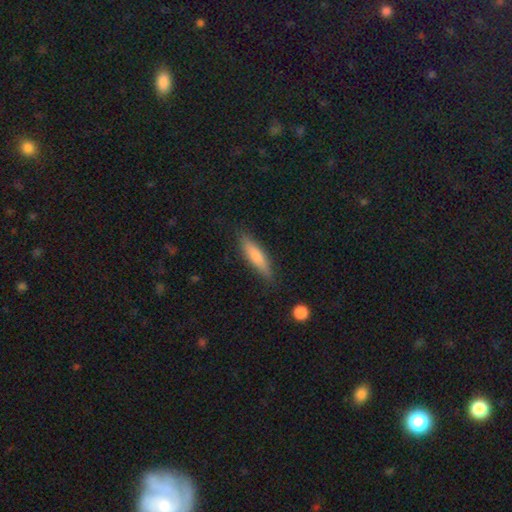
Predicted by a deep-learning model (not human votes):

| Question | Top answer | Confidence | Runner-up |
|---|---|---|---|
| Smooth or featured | smooth | 69% | featured or disk (24%) |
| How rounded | cigar-shaped | 79% | in between (20%) |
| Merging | none | 85% | minor disturbance (11%) |